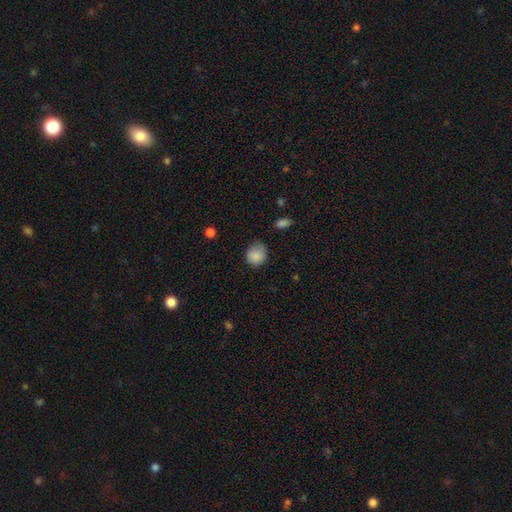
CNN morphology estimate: The model was most divided on "merging": none: 58%, minor disturbance: 33%, major disturbance: 7%, merger: 2%. More confident: smooth or featured — smooth (86%); how rounded — round (73%).